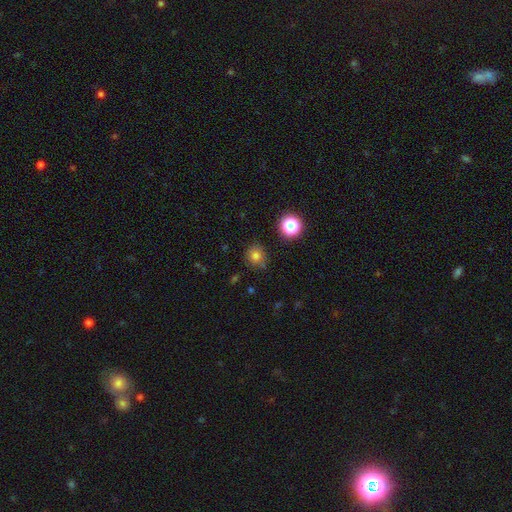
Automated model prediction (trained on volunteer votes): Morphology: type=smooth (77%); roundness=round (85%); merging=none (78%).